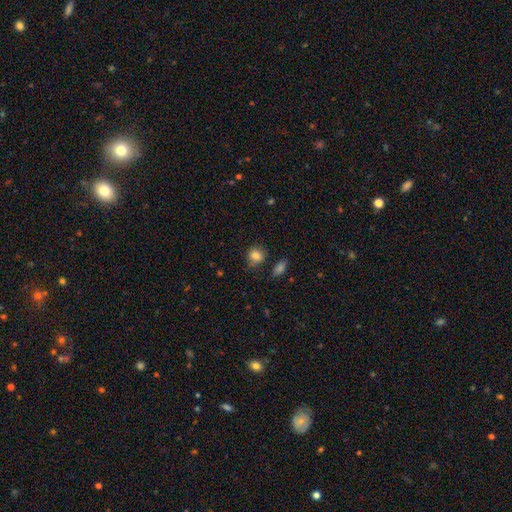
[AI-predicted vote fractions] smooth-or-featured: smooth: 83% | star or artifact: 10% | featured or disk: 6%
  how-rounded: round: 70% | in between: 29% | cigar-shaped: 1%
  merging: none: 71% | minor disturbance: 20% | major disturbance: 5% | merger: 4%